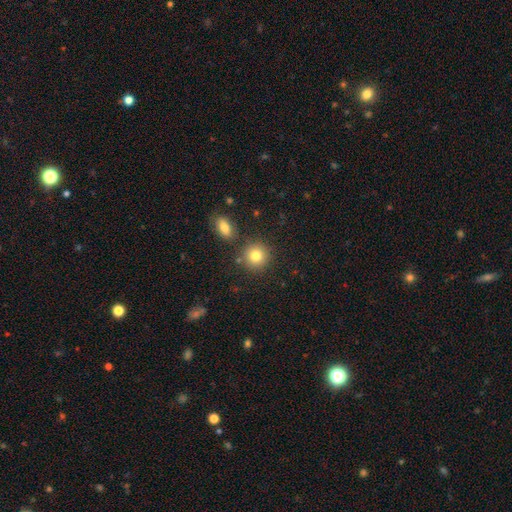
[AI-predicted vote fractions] Overall: smooth (81%). How rounded: round (90%). Merging: none (81%).